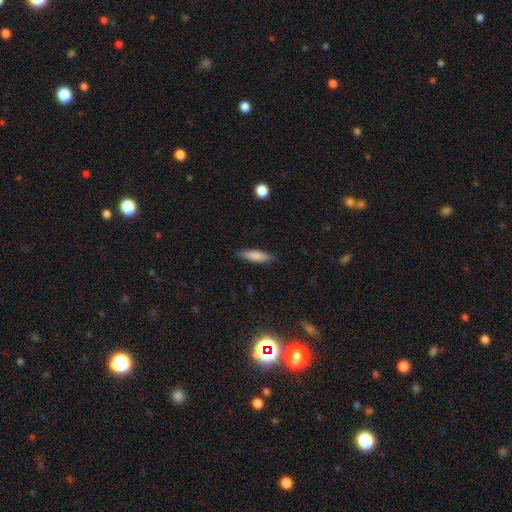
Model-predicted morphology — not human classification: A smooth galaxy with no disk features (82%) that is cigar-shaped (59%). Merging: none (85%).